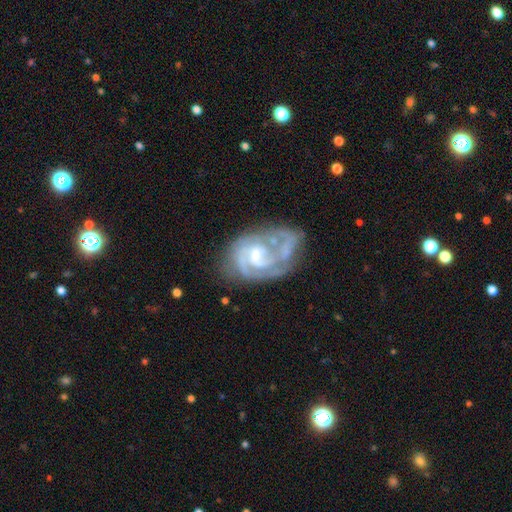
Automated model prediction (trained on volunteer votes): smooth-or-featured: featured or disk: 86% | smooth: 9% | star or artifact: 6%
  disk-edge-on: no: 98% | yes: 2%
    bar: weak: 47% | no: 42% | strong: 11%
    has-spiral-arms: yes: 93% | no: 7%
      spiral-winding: tight: 52% | medium: 39% | loose: 10%
      spiral-arm-count: 2: 43% | can't tell: 23% | 3: 19% | 1: 9% | 4: 4% | more than 4: 3%
    bulge-size: small: 43% | moderate: 40% | none: 12% | large: 4% | dominant: 1%
  merging: none: 52% | minor disturbance: 23% | major disturbance: 19% | merger: 6%